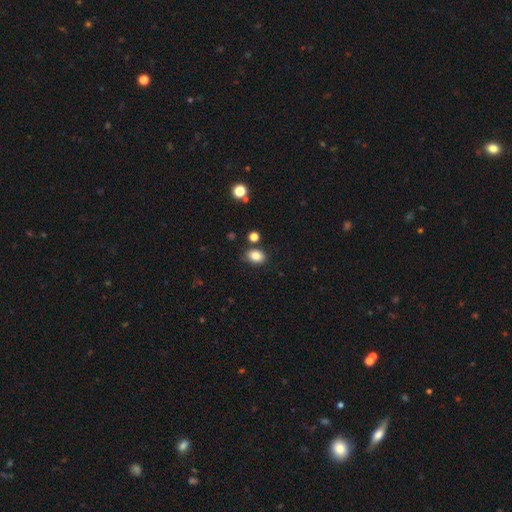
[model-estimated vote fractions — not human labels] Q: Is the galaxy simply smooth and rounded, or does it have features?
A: smooth — 85%.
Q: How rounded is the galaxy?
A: in between — 70%.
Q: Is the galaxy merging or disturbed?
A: none — 77%.